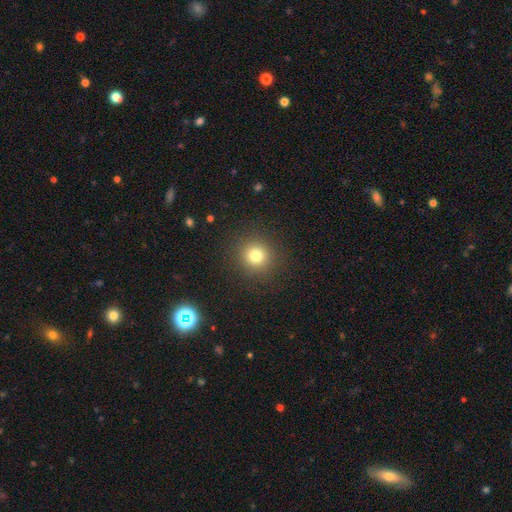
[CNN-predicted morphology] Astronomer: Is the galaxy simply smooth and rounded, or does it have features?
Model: smooth — 78%.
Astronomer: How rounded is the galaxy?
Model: round — 93%.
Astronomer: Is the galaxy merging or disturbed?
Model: none — 90%.